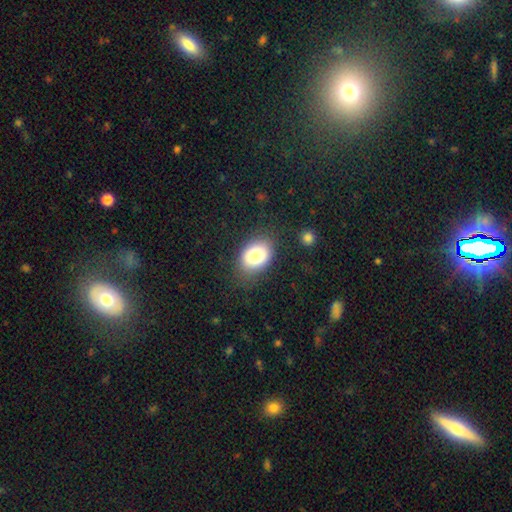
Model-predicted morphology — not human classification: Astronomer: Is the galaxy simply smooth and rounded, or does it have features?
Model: smooth — 80%.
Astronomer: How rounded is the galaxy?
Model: in between — 77%.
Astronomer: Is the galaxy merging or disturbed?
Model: none — 78%.